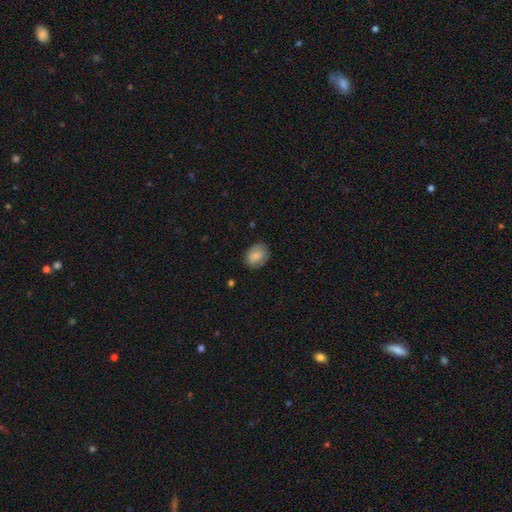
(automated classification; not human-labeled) Q: Smooth or featured?
A: smooth (82%); runner-up: featured or disk (10%)
Q: How rounded?
A: in between (70%); runner-up: round (29%)
Q: Merging?
A: none (77%); runner-up: minor disturbance (17%)